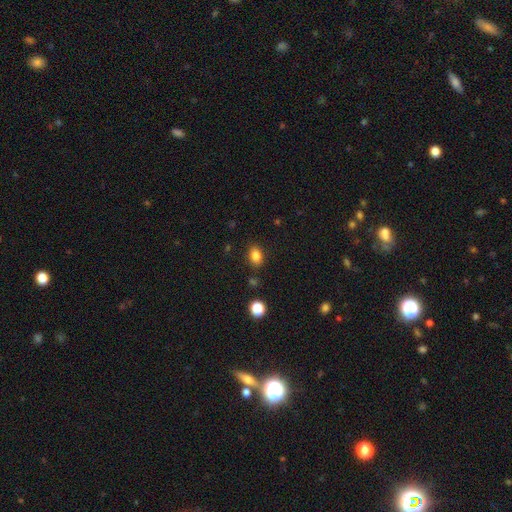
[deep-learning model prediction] smooth_or_featured: smooth (p=0.83) [alt: star or artifact p=0.11]
how_rounded: in between (p=0.78) [alt: round p=0.20]
merging: none (p=0.84) [alt: minor disturbance p=0.10]